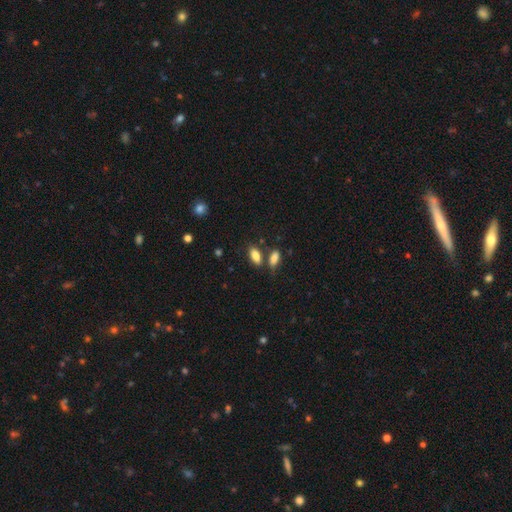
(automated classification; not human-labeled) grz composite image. It shows a smooth galaxy with no disk features (85%) that is in between round and cigar-shaped (85%). Merging: none (63%).